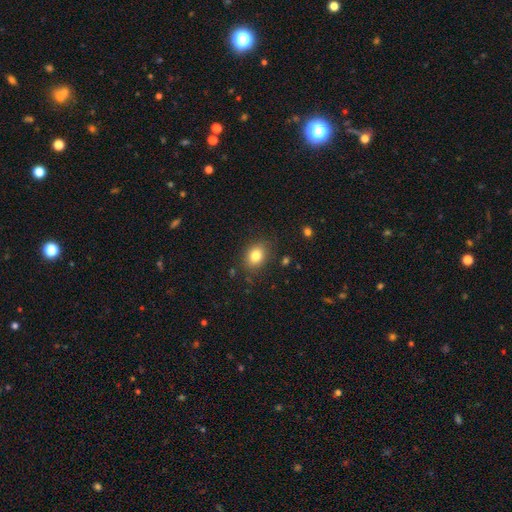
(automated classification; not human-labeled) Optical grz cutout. It shows a smooth galaxy with no disk features (82%) that is in between round and cigar-shaped (60%). Merging: none (84%).